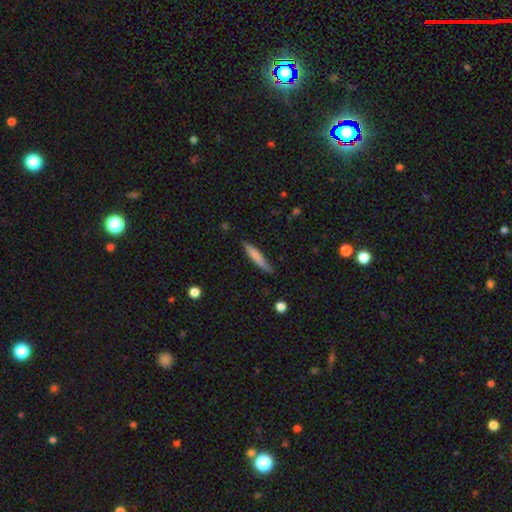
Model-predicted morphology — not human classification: smooth_or_featured: smooth (p=0.74) [alt: featured or disk p=0.20]
how_rounded: cigar-shaped (p=0.90) [alt: in between p=0.09]
merging: none (p=0.77) [alt: minor disturbance p=0.18]